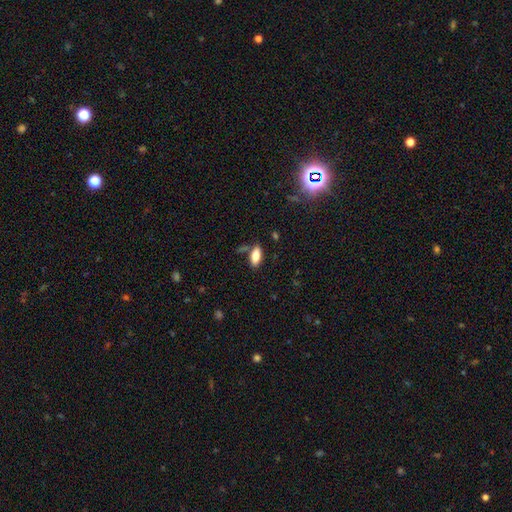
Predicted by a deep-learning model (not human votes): Smooth or featured?
  - smooth: 78% *
  - featured or disk: 15%
  - star or artifact: 8%
How rounded?
  - in between: 84% *
  - cigar-shaped: 14%
  - round: 2%
Merging?
  - none: 76% *
  - minor disturbance: 13%
  - merger: 7%
  - major disturbance: 4%